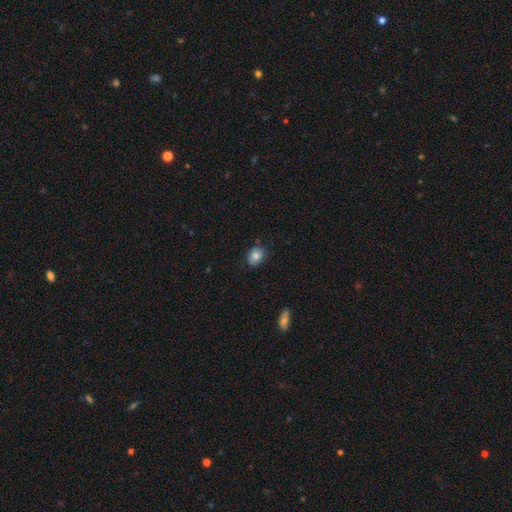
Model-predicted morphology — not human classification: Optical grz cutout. It shows a smooth galaxy with no disk features (80%) that is in between round and cigar-shaped (53%). Merging: none (79%).